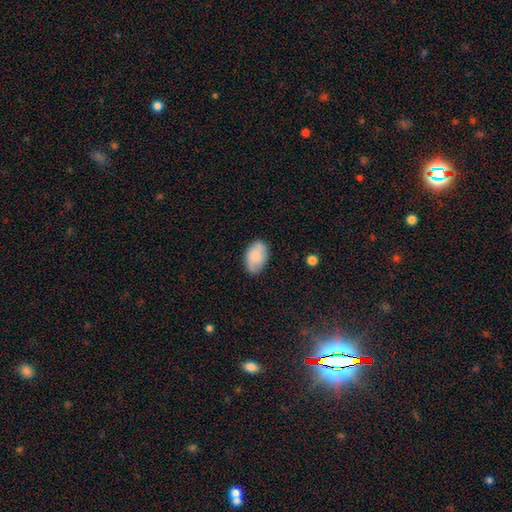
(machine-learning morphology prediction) Overall: smooth (82%). How rounded: in between (92%). Merging: none (81%).